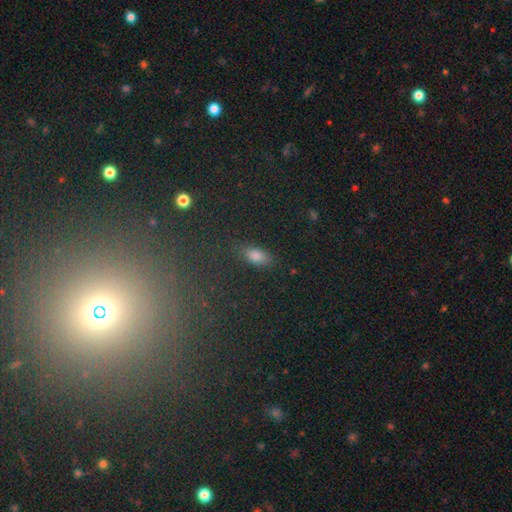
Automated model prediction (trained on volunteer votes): Smooth or featured? Predicted: smooth (p=0.71). How rounded? Predicted: in between (p=0.83). Merging? Predicted: none (p=0.87).